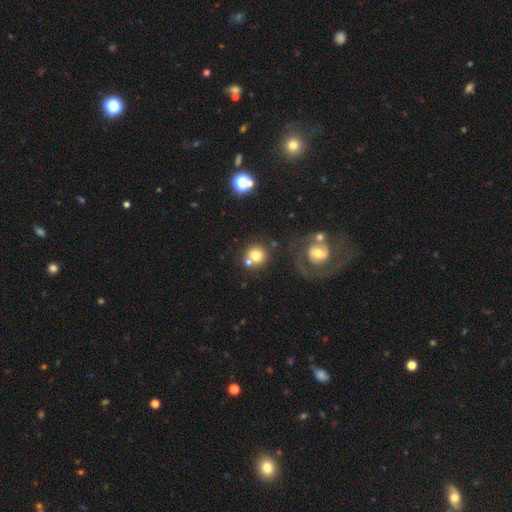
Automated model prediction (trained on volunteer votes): Smooth or featured? Predicted: smooth (p=0.72). How rounded? Predicted: round (p=0.90). Merging? Predicted: none (p=0.57).